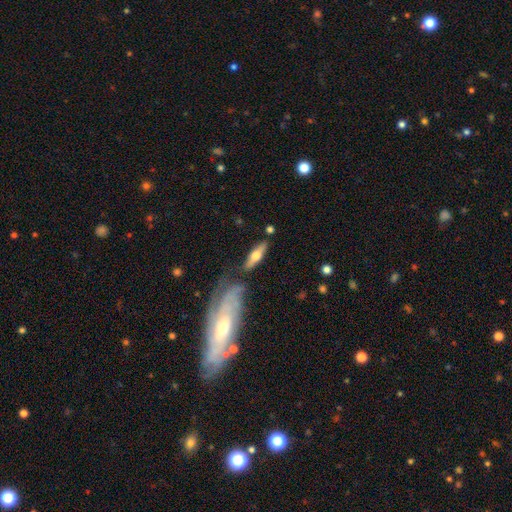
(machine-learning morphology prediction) smooth_or_featured: smooth (p=0.48) [alt: featured or disk p=0.46]
merging: none (p=0.72) [alt: minor disturbance p=0.15]